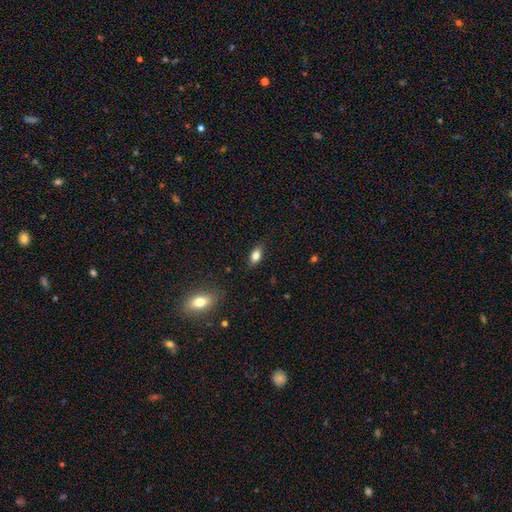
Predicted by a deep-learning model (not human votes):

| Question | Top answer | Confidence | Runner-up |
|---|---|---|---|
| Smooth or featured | smooth | 79% | featured or disk (13%) |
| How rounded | in between | 85% | cigar-shaped (9%) |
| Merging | none | 82% | minor disturbance (14%) |